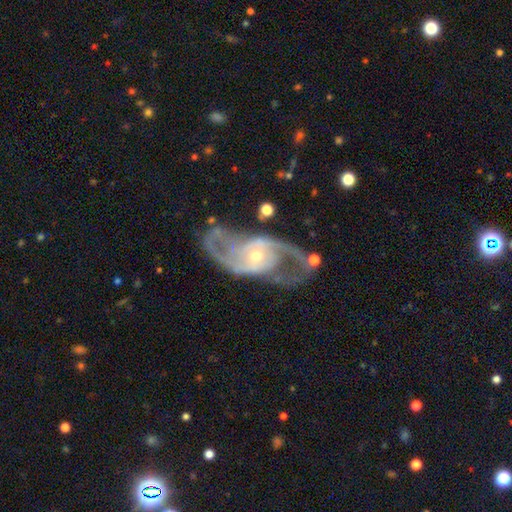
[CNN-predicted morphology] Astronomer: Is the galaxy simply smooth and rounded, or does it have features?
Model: featured or disk — 90%.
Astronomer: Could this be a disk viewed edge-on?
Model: no — 95%.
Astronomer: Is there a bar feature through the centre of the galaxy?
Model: no — 58%.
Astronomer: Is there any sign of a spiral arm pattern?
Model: yes — 95%.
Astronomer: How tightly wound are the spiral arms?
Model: medium — 51% (runner-up: loose, 27%).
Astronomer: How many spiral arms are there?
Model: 2 — 85%.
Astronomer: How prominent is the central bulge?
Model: small — 49% (runner-up: moderate, 47%).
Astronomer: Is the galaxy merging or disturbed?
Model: none — 62%.